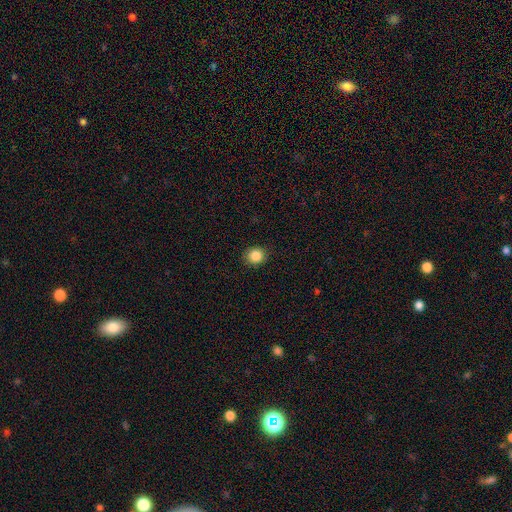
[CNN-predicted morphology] smooth_or_featured: smooth (p=0.86) [alt: star or artifact p=0.10]
how_rounded: round (p=0.82) [alt: in between p=0.17]
merging: none (p=0.89) [alt: minor disturbance p=0.08]